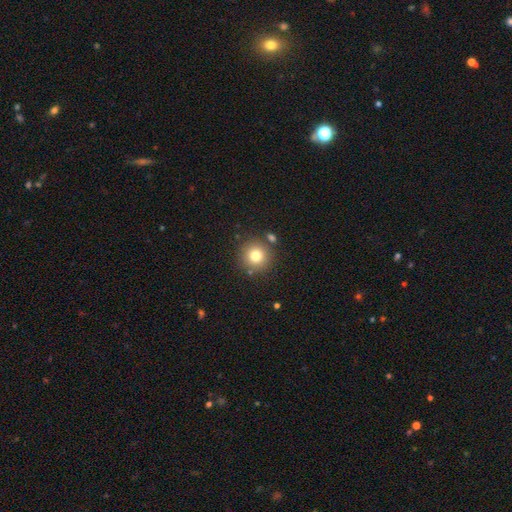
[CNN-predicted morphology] Smooth or featured?
  - smooth: 78% *
  - star or artifact: 13%
  - featured or disk: 10%
How rounded?
  - round: 94% *
  - in between: 5%
  - cigar-shaped: 1%
Merging?
  - none: 83% *
  - minor disturbance: 8%
  - merger: 7%
  - major disturbance: 3%